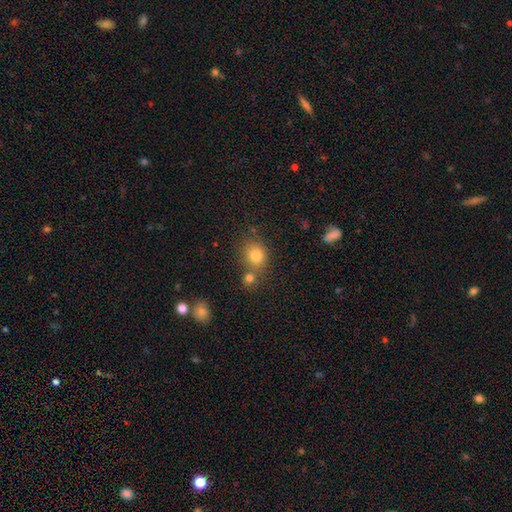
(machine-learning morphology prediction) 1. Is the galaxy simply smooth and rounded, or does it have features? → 80% smooth, 12% star or artifact, 8% featured or disk.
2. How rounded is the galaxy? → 70% round, 29% in between, 1% cigar-shaped.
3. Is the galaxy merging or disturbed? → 61% none, 24% merger, 12% minor disturbance, 4% major disturbance.